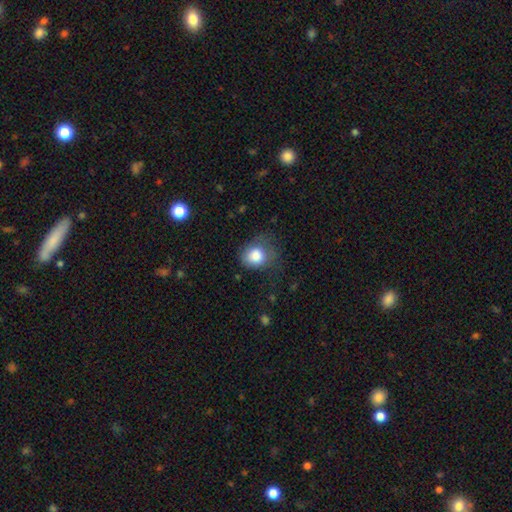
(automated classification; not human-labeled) smooth_or_featured: smooth (p=0.83) [alt: star or artifact p=0.09]
how_rounded: round (p=0.66) [alt: in between p=0.33]
merging: none (p=0.46) [alt: minor disturbance p=0.31]